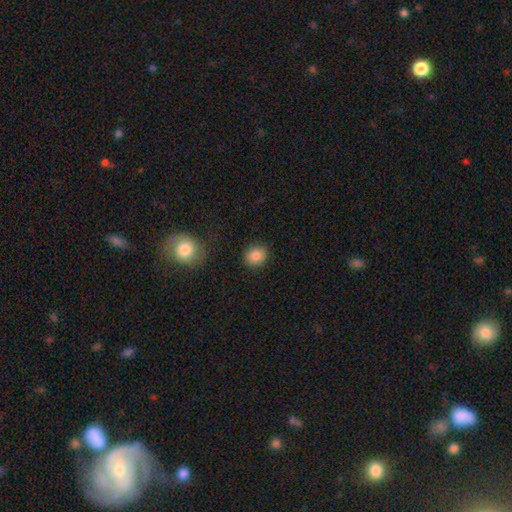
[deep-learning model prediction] Smooth or featured?
  - smooth: 86% *
  - star or artifact: 9%
  - featured or disk: 5%
How rounded?
  - round: 70% *
  - in between: 29%
  - cigar-shaped: 1%
Merging?
  - none: 88% *
  - minor disturbance: 8%
  - major disturbance: 2%
  - merger: 2%